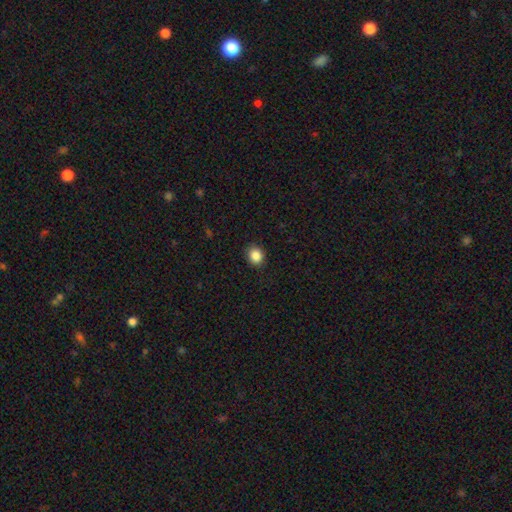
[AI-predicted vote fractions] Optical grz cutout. It shows a smooth galaxy with no disk features (87%) that is round (70%). Merging: none (90%).